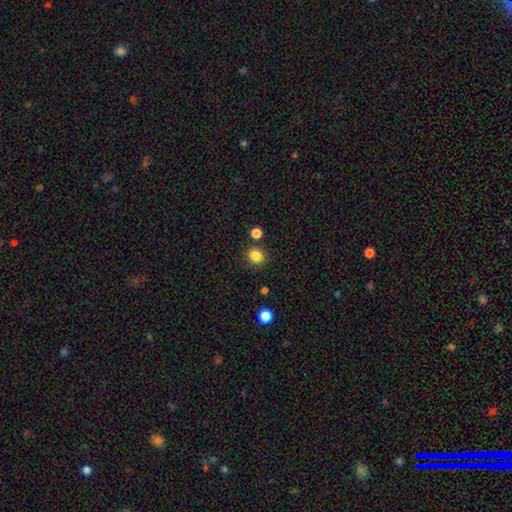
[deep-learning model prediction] A smooth galaxy with no disk features (85%) that is round (76%).

Vote fractions:
- Smooth or featured? smooth: 85% / star or artifact: 11% / featured or disk: 4%
- How rounded? round: 76% / in between: 24% / cigar-shaped: 1%
- Merging? none: 84% / minor disturbance: 8% / merger: 6% / major disturbance: 2%